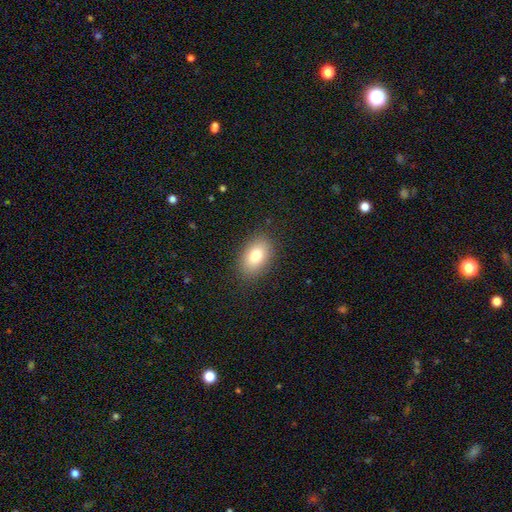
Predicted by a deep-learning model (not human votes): Smooth or featured? Predicted: smooth (p=0.81). How rounded? Predicted: in between (p=0.89). Merging? Predicted: none (p=0.86).